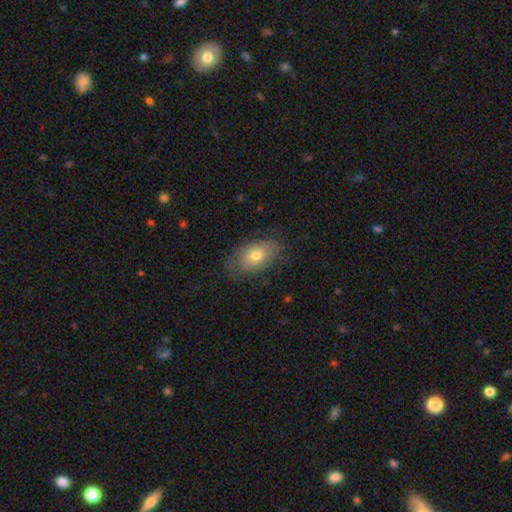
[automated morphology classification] type=smooth (65%); roundness=in between (86%); merging=none (68%).